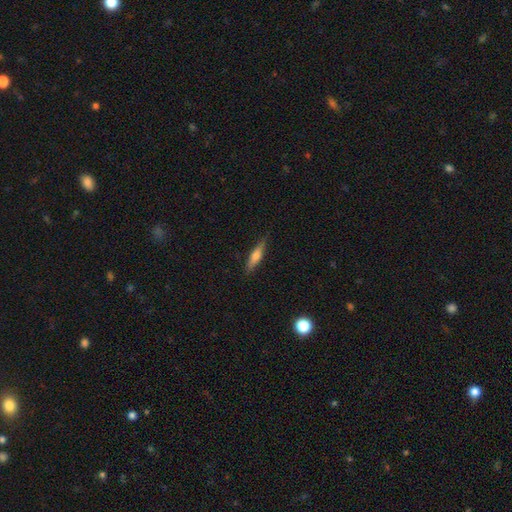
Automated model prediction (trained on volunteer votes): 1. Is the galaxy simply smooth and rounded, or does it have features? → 58% smooth, 36% featured or disk, 6% star or artifact.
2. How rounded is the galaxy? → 78% cigar-shaped, 20% in between, 2% round.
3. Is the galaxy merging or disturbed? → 86% none, 11% minor disturbance, 2% major disturbance, 1% merger.